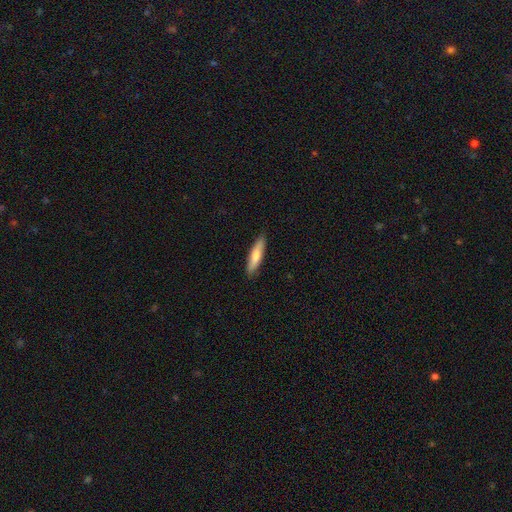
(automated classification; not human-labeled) Smooth or featured? smooth (75%)
How rounded? cigar-shaped (78%)
Merging? none (87%)